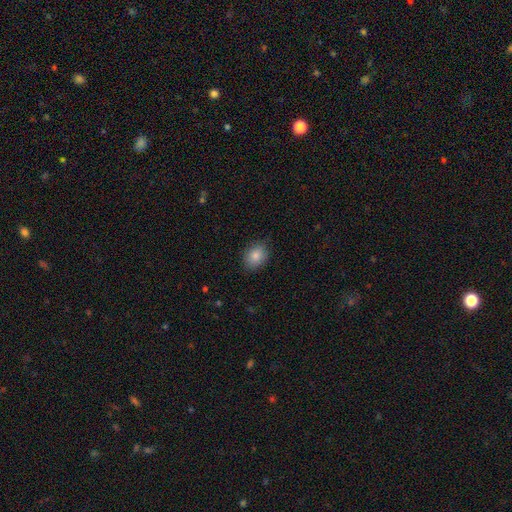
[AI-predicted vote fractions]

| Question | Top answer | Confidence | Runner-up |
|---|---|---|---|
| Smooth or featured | smooth | 85% | star or artifact (8%) |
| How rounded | in between | 59% | round (40%) |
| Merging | none | 84% | minor disturbance (12%) |